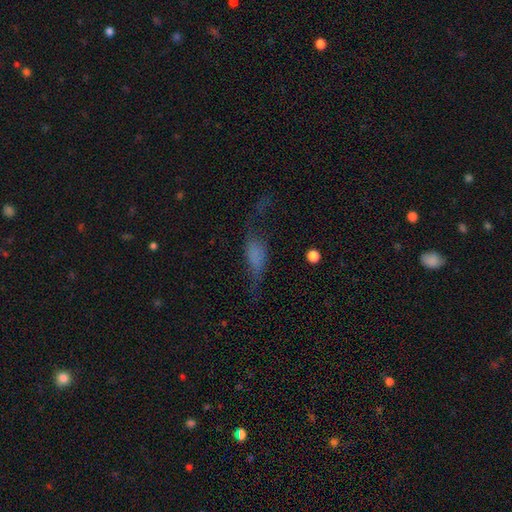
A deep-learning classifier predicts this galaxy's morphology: smooth_or_featured: smooth (p=0.51) [alt: featured or disk p=0.35]
how_rounded: in between (p=0.64) [alt: cigar-shaped p=0.28]
merging: major disturbance (p=0.37) [alt: none p=0.34]